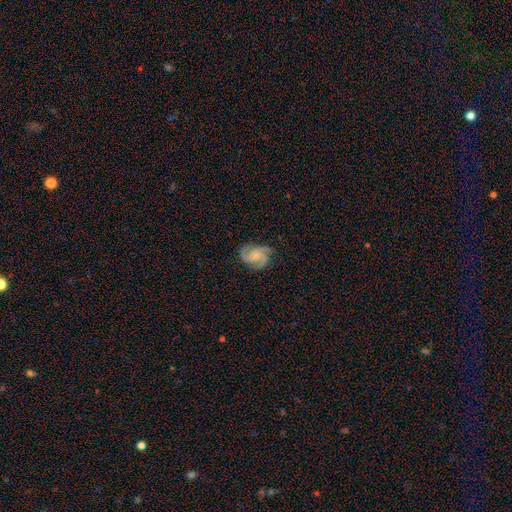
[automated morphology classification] This appears to be a featured or disk galaxy (83%) with no bar (68%), 3 (72%) medium (53%) spiral arms (98%) and a small central bulge (44%). Merging: none (75%).